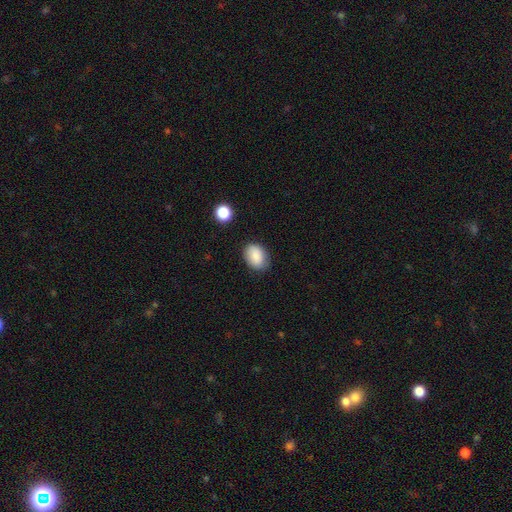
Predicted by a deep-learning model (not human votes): A smooth galaxy with no disk features (87%) that is in between round and cigar-shaped (79%).

Vote fractions:
- Smooth or featured? smooth: 87% / star or artifact: 8% / featured or disk: 5%
- How rounded? in between: 79% / round: 20% / cigar-shaped: 1%
- Merging? none: 79% / minor disturbance: 16% / major disturbance: 3% / merger: 2%